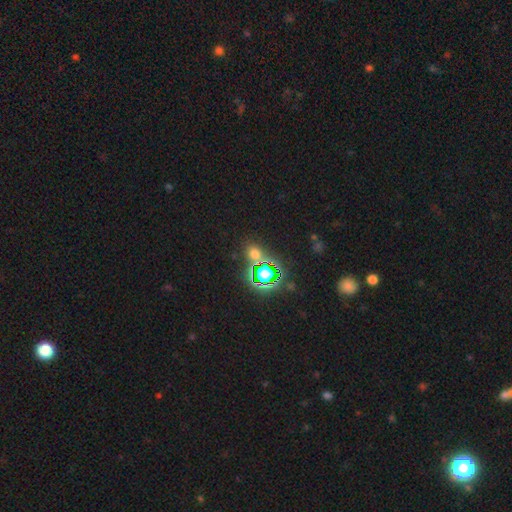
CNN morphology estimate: smooth_or_featured: star or artifact (p=0.65) [alt: smooth p=0.28]